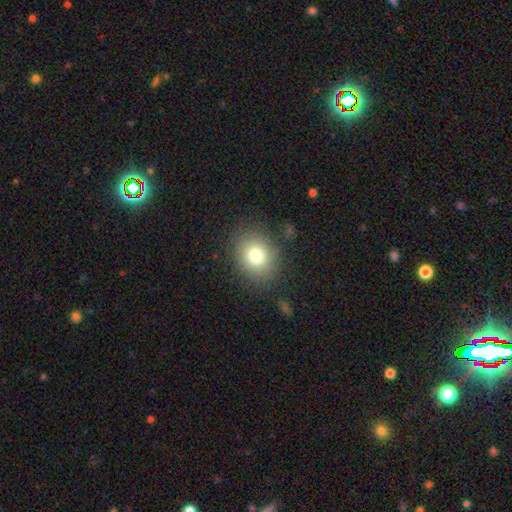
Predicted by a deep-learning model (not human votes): Smooth or featured? smooth (77%)
How rounded? round (67%)
Merging? none (84%)